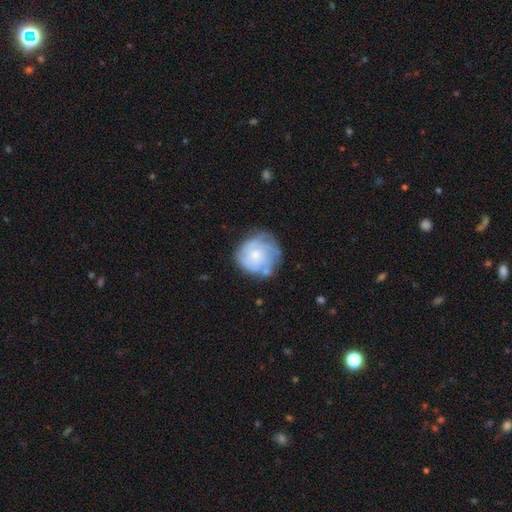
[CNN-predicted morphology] Smooth or featured? featured or disk (57%)
Edge-on disk? no (98%)
Bar? no (81%)
Spiral arms? yes (75%)
Bulge size? small (56%)
Merging? none (64%)